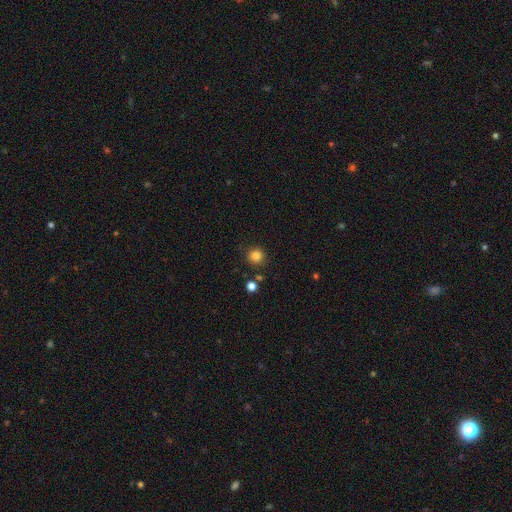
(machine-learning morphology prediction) smooth 83%, star or artifact 12%, featured or disk 4%. Down the decision tree: how rounded — round (94%); merging — none (87%).